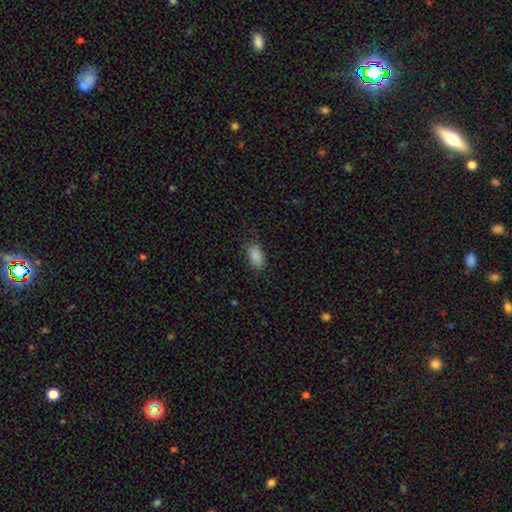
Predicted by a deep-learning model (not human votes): Smooth or featured: smooth — 89% (star or artifact — 7%)
How rounded: in between — 93% (round — 4%)
Merging: none — 82% (minor disturbance — 13%)